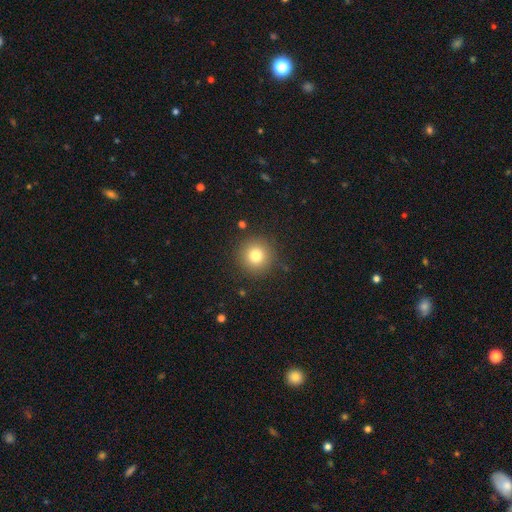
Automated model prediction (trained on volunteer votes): Smooth or featured?
  - smooth: 79% *
  - star or artifact: 12%
  - featured or disk: 9%
How rounded?
  - round: 95% *
  - in between: 4%
  - cigar-shaped: 1%
Merging?
  - none: 89% *
  - minor disturbance: 7%
  - major disturbance: 3%
  - merger: 1%